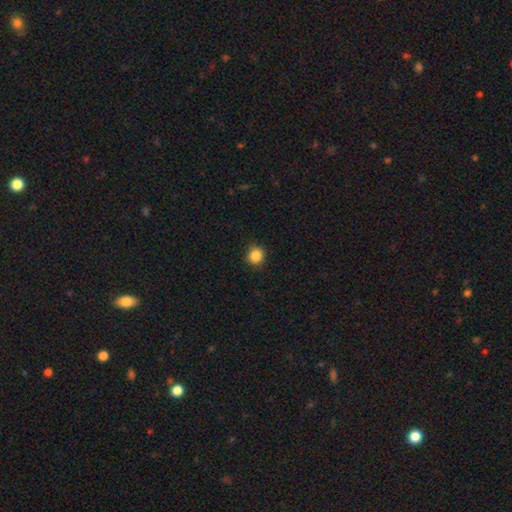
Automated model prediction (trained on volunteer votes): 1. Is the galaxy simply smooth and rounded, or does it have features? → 86% smooth, 11% star or artifact, 3% featured or disk.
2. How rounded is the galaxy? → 88% round, 11% in between, 1% cigar-shaped.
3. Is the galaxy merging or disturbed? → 90% none, 7% minor disturbance, 2% major disturbance, 1% merger.